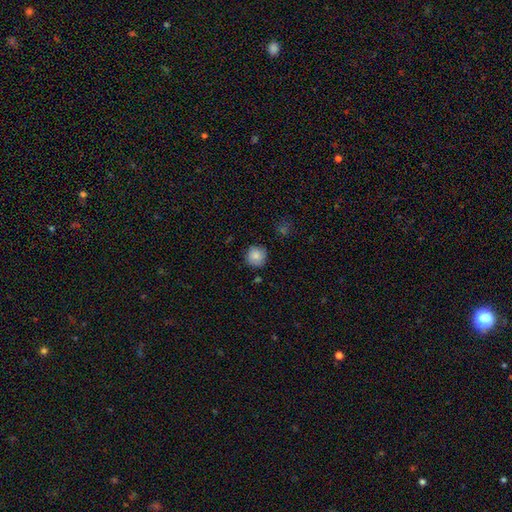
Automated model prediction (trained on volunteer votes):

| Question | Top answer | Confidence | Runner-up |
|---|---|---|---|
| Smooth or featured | smooth | 85% | star or artifact (8%) |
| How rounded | round | 93% | in between (6%) |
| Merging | none | 83% | minor disturbance (13%) |